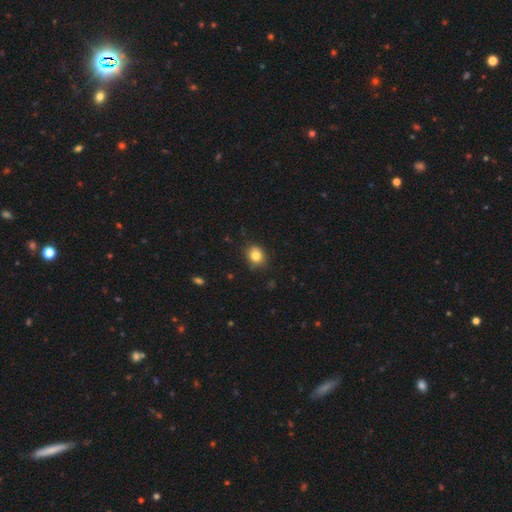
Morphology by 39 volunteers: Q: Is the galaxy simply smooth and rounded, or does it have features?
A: smooth — 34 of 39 (87%).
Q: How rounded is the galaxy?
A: round — 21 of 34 (62%).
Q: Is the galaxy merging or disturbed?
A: none — 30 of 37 (81%).